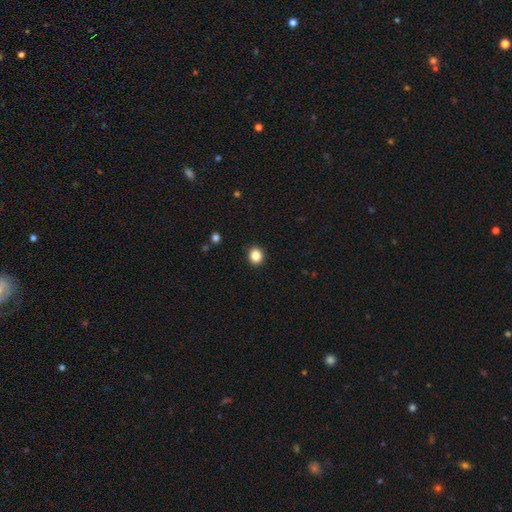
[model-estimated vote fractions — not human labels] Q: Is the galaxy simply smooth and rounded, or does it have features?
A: smooth — 86%.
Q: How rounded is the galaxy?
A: round — 78%.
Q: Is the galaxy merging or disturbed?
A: none — 92%.